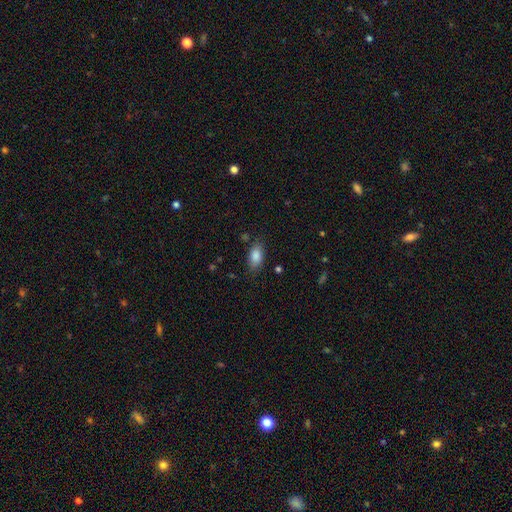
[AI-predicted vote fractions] Smooth or featured? smooth (85%)
How rounded? in between (90%)
Merging? none (78%)